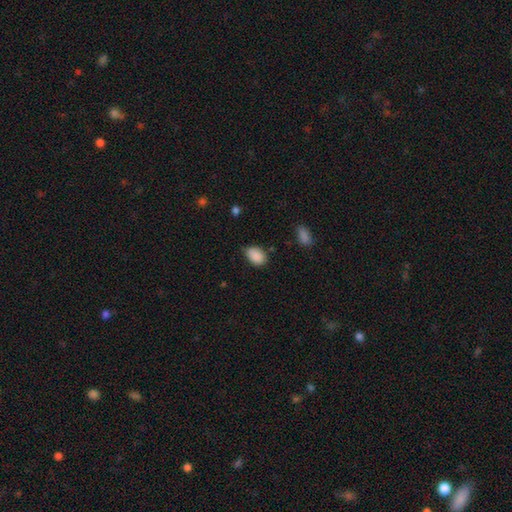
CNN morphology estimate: smooth 89%, star or artifact 8%, featured or disk 4%. Down the decision tree: how rounded — in between (84%); merging — none (69%).